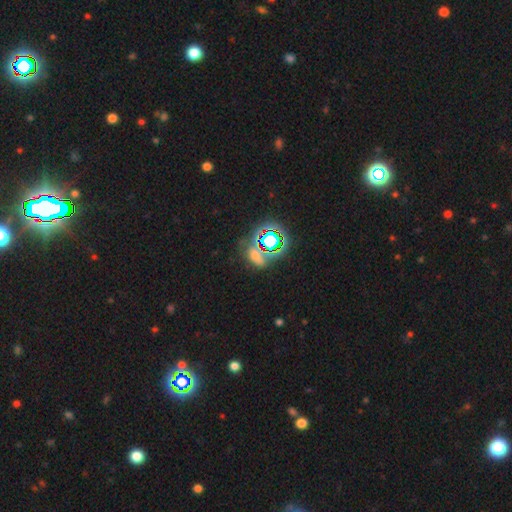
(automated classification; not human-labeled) A star or artifact, not a galaxy (51%).